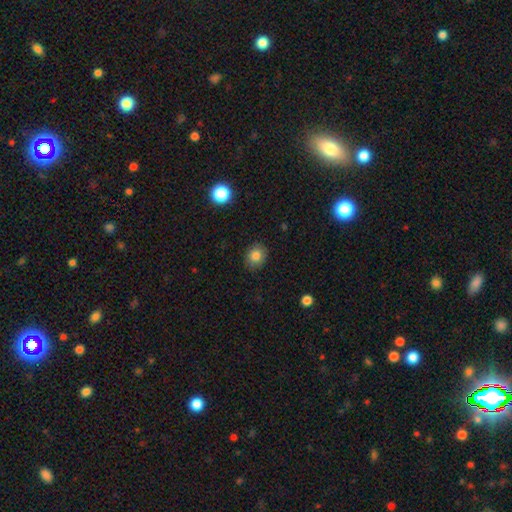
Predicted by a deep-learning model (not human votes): Smooth or featured: smooth — 83% (star or artifact — 10%)
How rounded: round — 61% (in between — 38%)
Merging: none — 87% (minor disturbance — 9%)